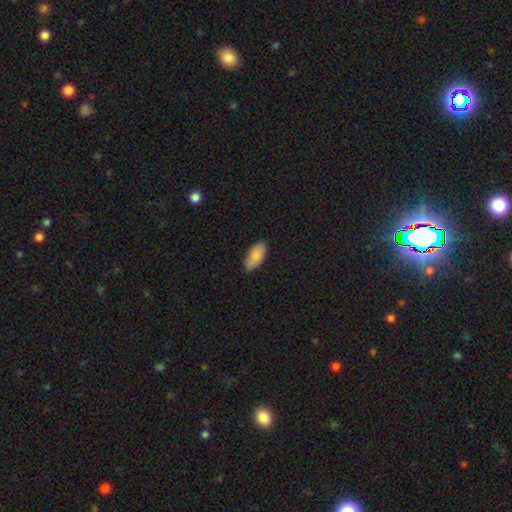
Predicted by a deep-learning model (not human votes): smooth-or-featured: smooth: 88% | star or artifact: 6% | featured or disk: 6%
  how-rounded: in between: 91% | cigar-shaped: 7% | round: 2%
  merging: none: 83% | minor disturbance: 14% | major disturbance: 2% | merger: 1%